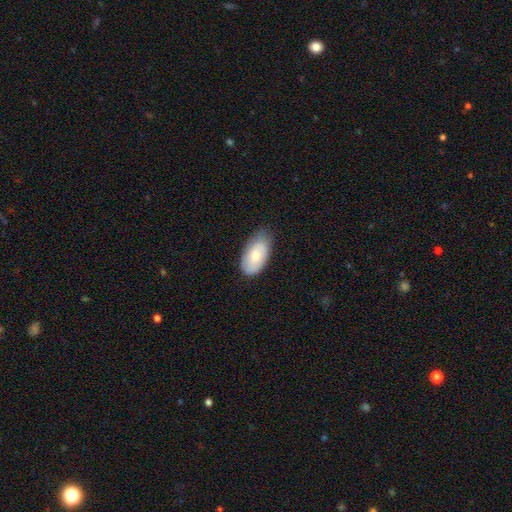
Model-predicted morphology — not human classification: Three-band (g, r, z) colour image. It shows a smooth galaxy with no disk features (71%) that is in between round and cigar-shaped (94%). Merging: none (66%).